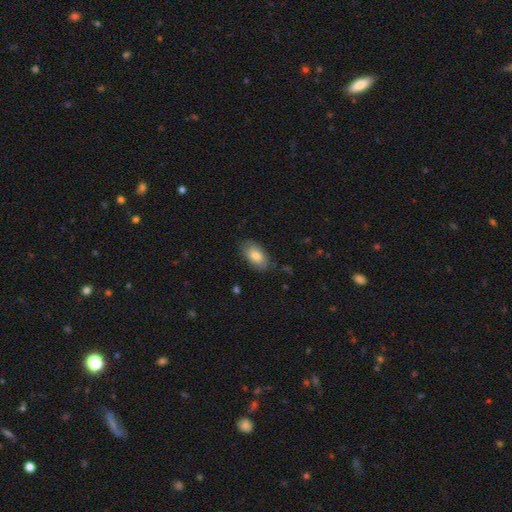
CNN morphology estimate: A smooth galaxy with no disk features (79%) that is in between round and cigar-shaped (93%). Merging: none (81%).